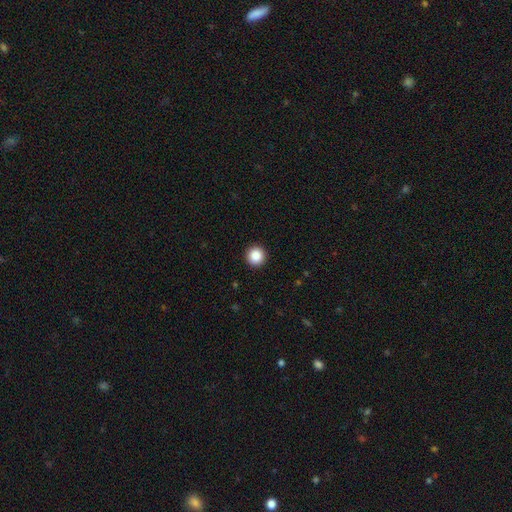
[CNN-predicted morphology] A smooth galaxy with no disk features (88%) that is round (96%).

Vote fractions:
- Smooth or featured? smooth: 88% / star or artifact: 9% / featured or disk: 3%
- How rounded? round: 96% / in between: 3% / cigar-shaped: 1%
- Merging? none: 94% / minor disturbance: 4% / major disturbance: 1% / merger: 1%